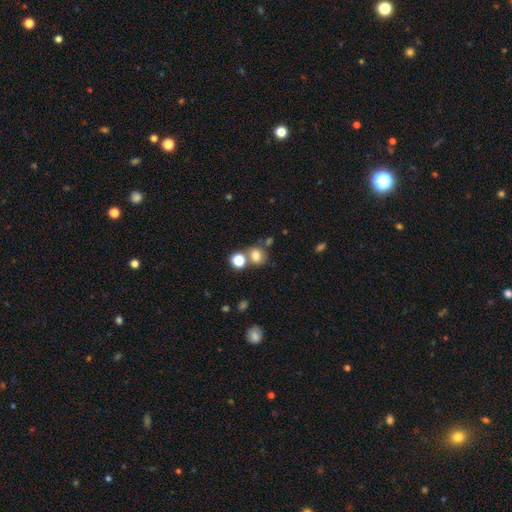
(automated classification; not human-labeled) Smooth or featured? Predicted: smooth (p=0.76). How rounded? Predicted: round (p=0.64). Merging? Predicted: none (p=0.58).